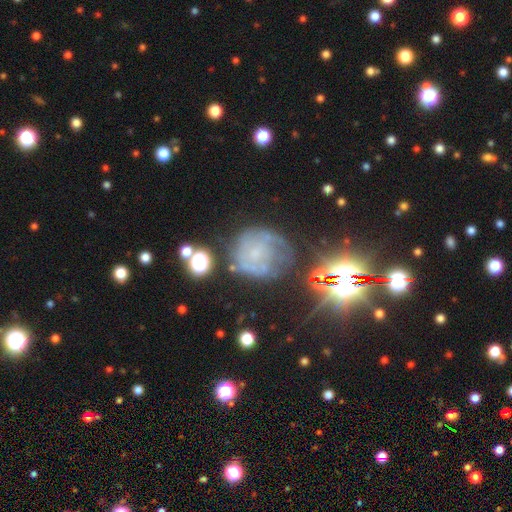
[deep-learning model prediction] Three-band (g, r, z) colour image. It shows a featured or disk galaxy (53%) with no bar (73%), spiral arms (79%) and a small central bulge (67%). Merging: none (63%).